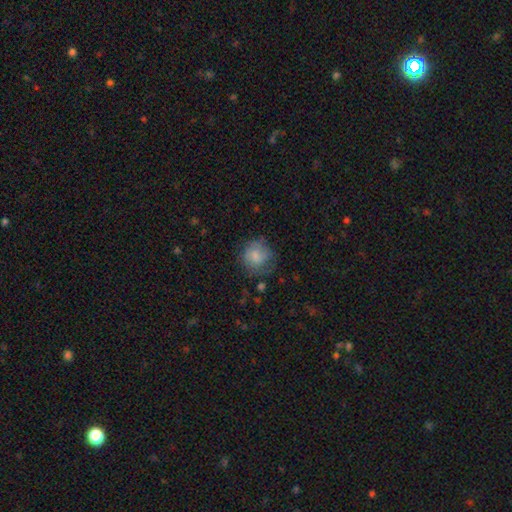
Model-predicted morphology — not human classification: Smooth or featured? Predicted: smooth (p=0.75). How rounded? Predicted: round (p=0.86). Merging? Predicted: none (p=0.60).